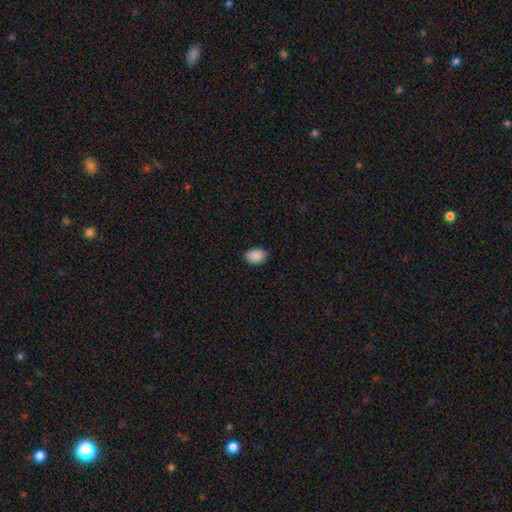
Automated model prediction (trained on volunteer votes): smooth_or_featured: smooth (p=0.89) [alt: star or artifact p=0.08]
how_rounded: in between (p=0.78) [alt: round p=0.21]
merging: none (p=0.84) [alt: minor disturbance p=0.13]